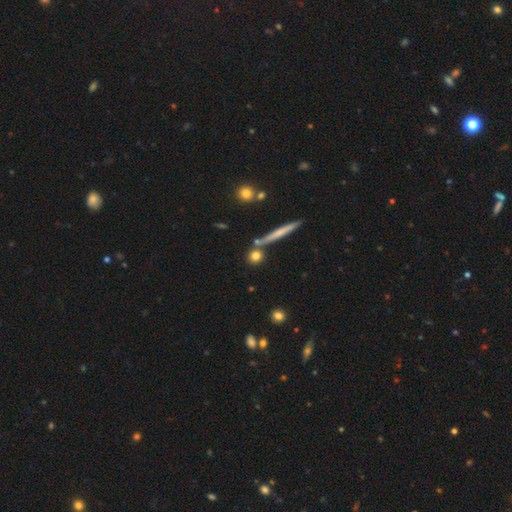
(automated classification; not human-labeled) A smooth galaxy with no disk features (76%) that is round (80%). Merging: none (72%).